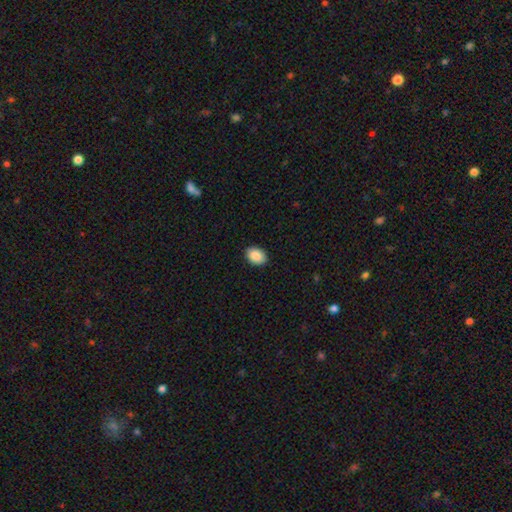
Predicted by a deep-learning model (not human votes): Smooth or featured?
  - smooth: 89% *
  - star or artifact: 7%
  - featured or disk: 4%
How rounded?
  - in between: 76% *
  - round: 23%
  - cigar-shaped: 1%
Merging?
  - none: 89% *
  - minor disturbance: 9%
  - major disturbance: 2%
  - merger: 1%